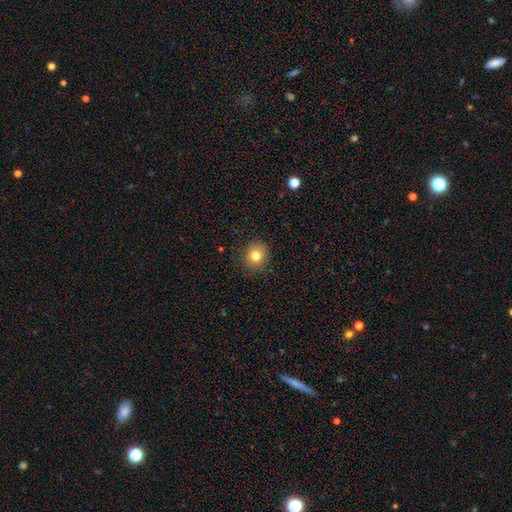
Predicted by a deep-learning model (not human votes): Smooth or featured?
  - smooth: 79% *
  - star or artifact: 12%
  - featured or disk: 9%
How rounded?
  - round: 79% *
  - in between: 20%
  - cigar-shaped: 1%
Merging?
  - none: 88% *
  - minor disturbance: 9%
  - major disturbance: 3%
  - merger: 1%